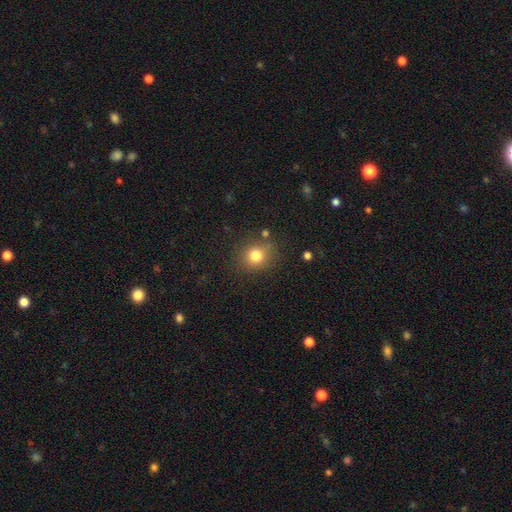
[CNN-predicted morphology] Smooth or featured: smooth — 79% (star or artifact — 13%)
How rounded: round — 79% (in between — 20%)
Merging: none — 82% (minor disturbance — 11%)